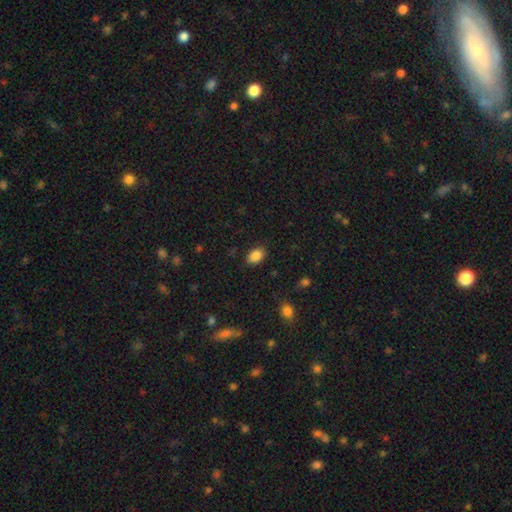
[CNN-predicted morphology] This is clearly a smooth galaxy (87%). How rounded: clearly in between (85%). Merging: clearly none (83%).